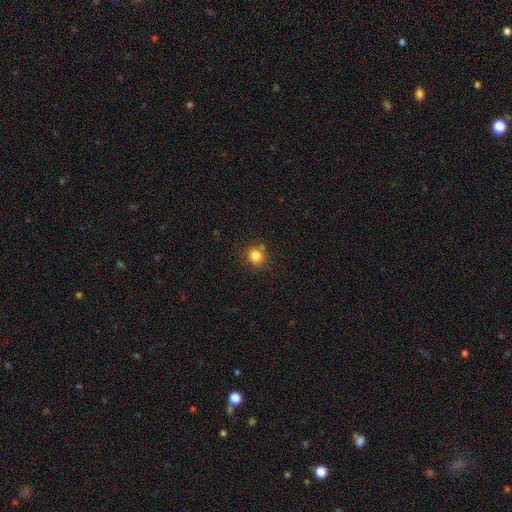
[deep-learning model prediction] This appears to be a smooth galaxy with no disk features (83%) that is round (84%). Merging: none (78%).